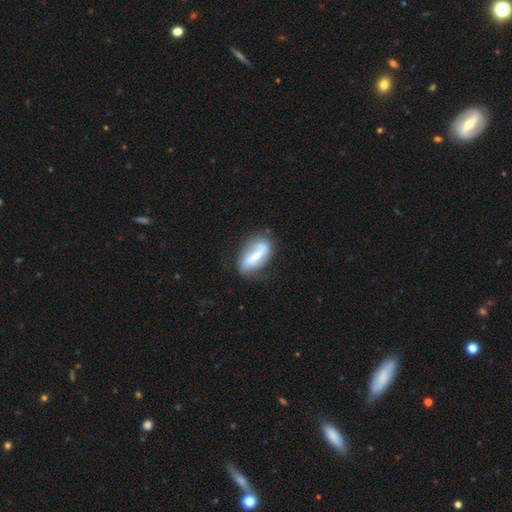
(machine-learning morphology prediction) A featured or disk galaxy (66%) with a strong bar (59%), spiral arms (74%) and a moderate central bulge (46%).

Vote fractions:
- Smooth or featured? featured or disk: 66% / smooth: 28% / star or artifact: 6%
- Edge-on disk? no: 87% / yes: 13%
- Bar? strong: 59% / weak: 27% / no: 15%
- Spiral arms? yes: 74% / no: 26%
- Bulge size? moderate: 46% / small: 42% / large: 5% / none: 5% / dominant: 2%
- Merging? none: 68% / minor disturbance: 22% / major disturbance: 8% / merger: 3%